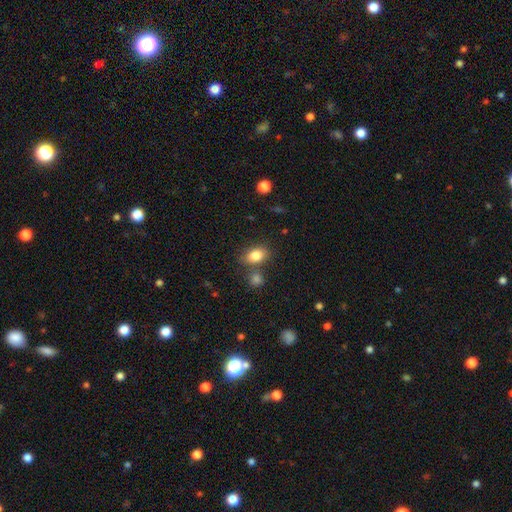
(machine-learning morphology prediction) smooth_or_featured: smooth (p=0.84) [alt: star or artifact p=0.09]
how_rounded: in between (p=0.81) [alt: round p=0.17]
merging: none (p=0.69) [alt: merger p=0.14]